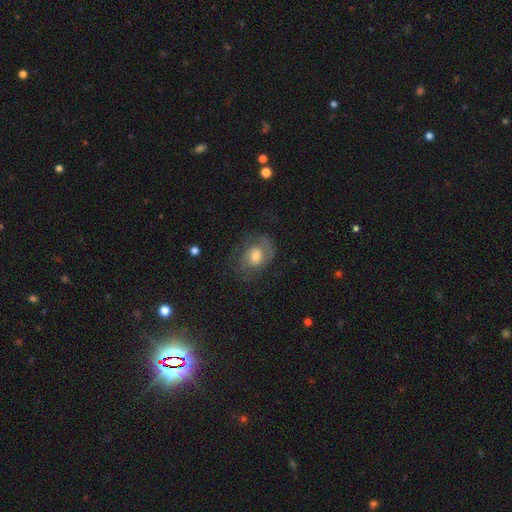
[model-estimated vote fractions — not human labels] The model was most divided on "spiral winding": medium: 43%, tight: 40%, loose: 17%. Remaining: edge-on disk — no (97%); spiral arms — yes (84%); smooth or featured — featured or disk (64%); merging — none (61%); bulge size — moderate (60%); bar — no (56%); spiral arm count — 2 (49%).